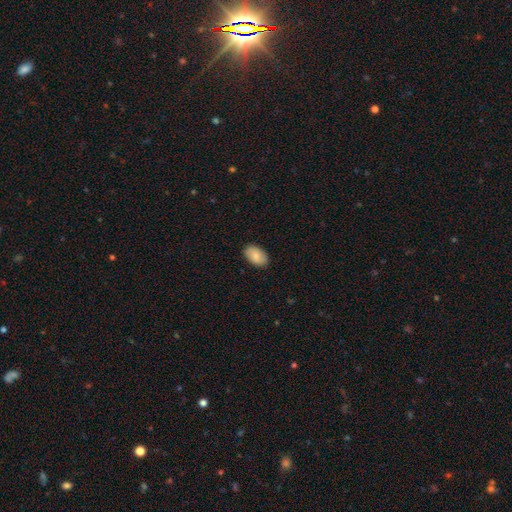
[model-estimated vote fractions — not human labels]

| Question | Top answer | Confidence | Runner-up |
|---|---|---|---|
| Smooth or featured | smooth | 85% | featured or disk (9%) |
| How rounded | in between | 93% | round (5%) |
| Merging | none | 87% | minor disturbance (10%) |